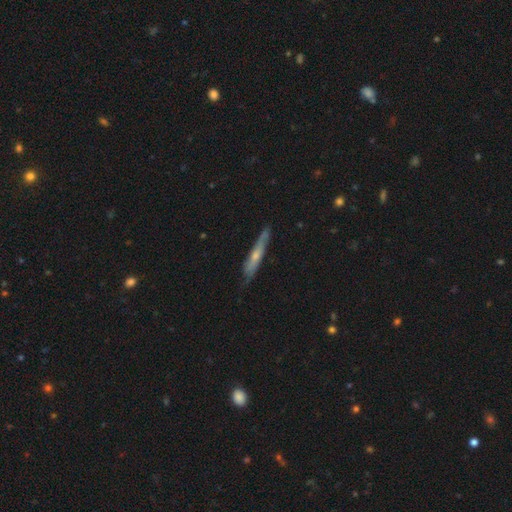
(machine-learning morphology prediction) The model was most divided on "smooth or featured": featured or disk: 51%, smooth: 43%, star or artifact: 6%. More confident: edge-on disk — yes (82%); merging — none (74%).